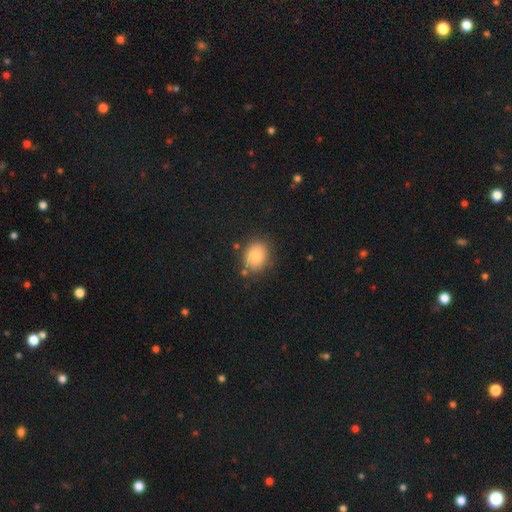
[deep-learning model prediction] A smooth galaxy with no disk features (82%) that is round (55%). Merging: none (80%).